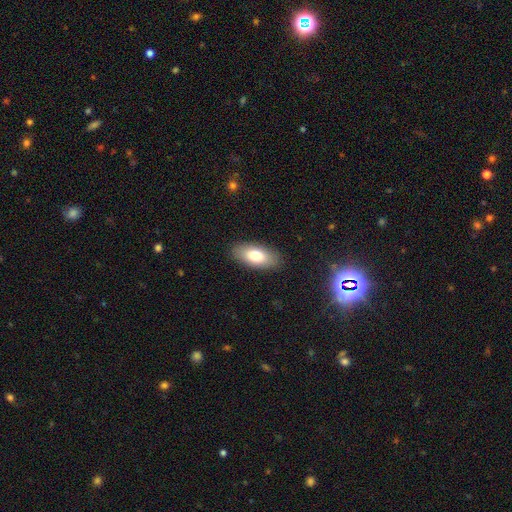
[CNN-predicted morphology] Smooth or featured: smooth — 76% (featured or disk — 17%)
How rounded: in between — 89% (cigar-shaped — 8%)
Merging: none — 88% (minor disturbance — 8%)